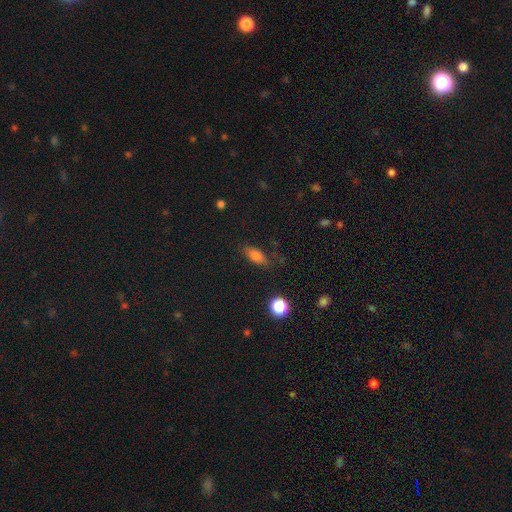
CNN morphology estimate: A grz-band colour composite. It shows a smooth galaxy with no disk features (79%) that is in between round and cigar-shaped (82%). Merging: none (73%).